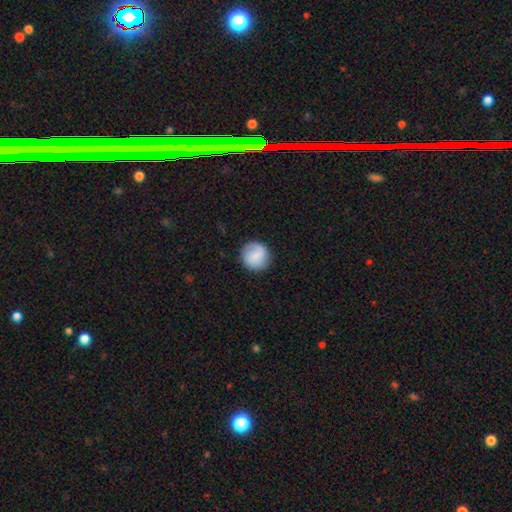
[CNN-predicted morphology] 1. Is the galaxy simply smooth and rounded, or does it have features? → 77% smooth, 17% featured or disk, 7% star or artifact.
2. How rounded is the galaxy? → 93% round, 6% in between, 1% cigar-shaped.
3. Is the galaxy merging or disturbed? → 87% none, 9% minor disturbance, 3% major disturbance, 1% merger.